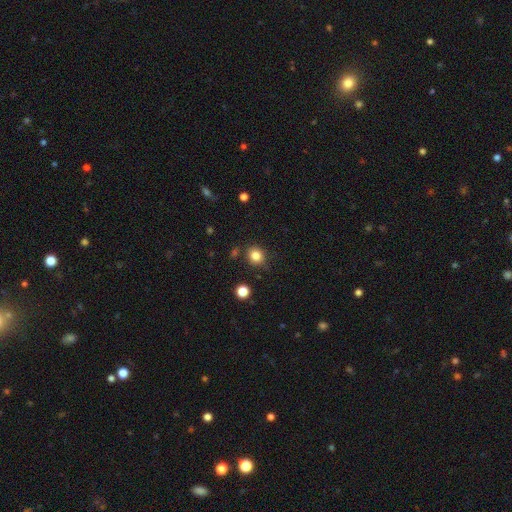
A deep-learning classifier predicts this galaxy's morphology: This is clearly a smooth galaxy (83%). How rounded: clearly round (80%). Merging: clearly none (83%).